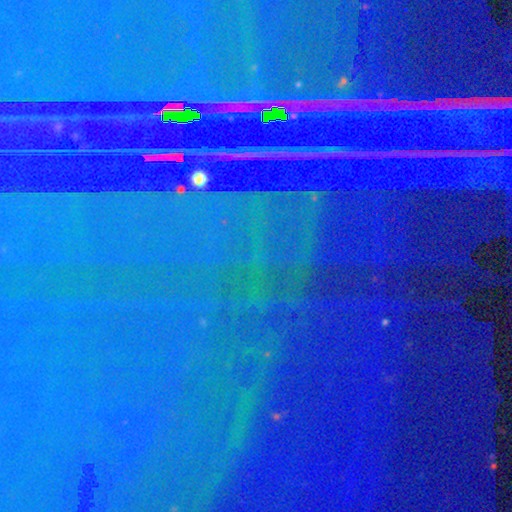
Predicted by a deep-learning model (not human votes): Overall: star or artifact (88%).